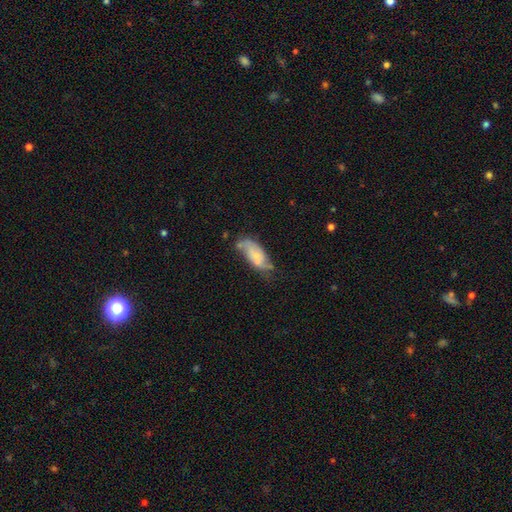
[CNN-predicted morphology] type=smooth (47%); merging=none (39%).